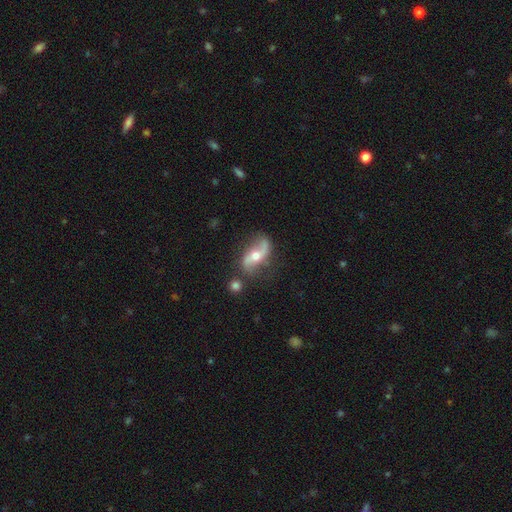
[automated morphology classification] smooth-or-featured: featured or disk: 80% | smooth: 14% | star or artifact: 6%
  disk-edge-on: no: 92% | yes: 8%
    bar: no: 52% | weak: 28% | strong: 20%
    has-spiral-arms: yes: 92% | no: 8%
      spiral-winding: loose: 81% | medium: 14% | tight: 5%
      spiral-arm-count: 2: 92% | 1: 3% | can't tell: 3% | 3: 1% | 4: 1% | more than 4: 1%
    bulge-size: moderate: 71% | small: 22% | large: 5% | none: 1% | dominant: 1%
  merging: none: 70% | minor disturbance: 17% | major disturbance: 7% | merger: 6%